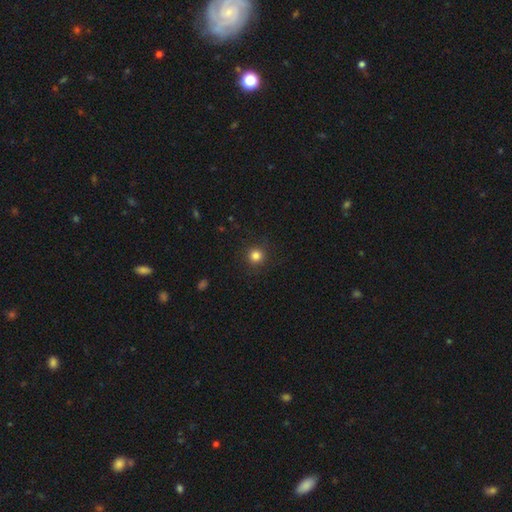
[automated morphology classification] Smooth or featured? Predicted: smooth (p=0.83). How rounded? Predicted: round (p=0.95). Merging? Predicted: none (p=0.91).